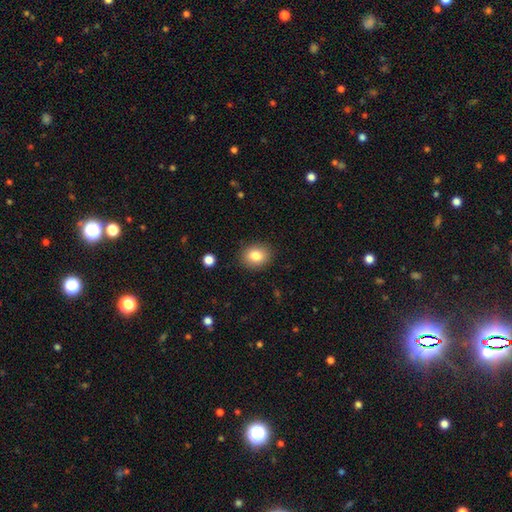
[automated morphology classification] A smooth galaxy with no disk features (82%) that is round (56%). Merging: none (88%).